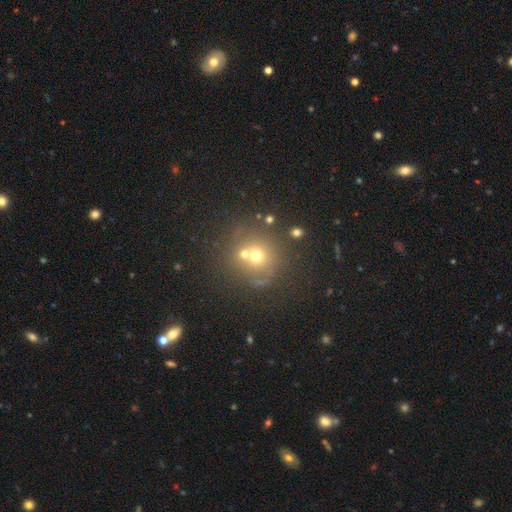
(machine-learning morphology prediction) Overall: smooth (59%; star or artifact 21%). How rounded: round (88%). Merging: none (53%; merger 32%).